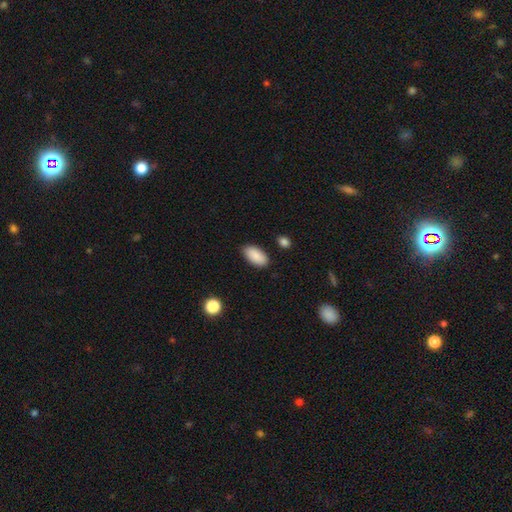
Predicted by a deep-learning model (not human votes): Overall: smooth (90%). How rounded: in between (95%). Merging: none (85%).